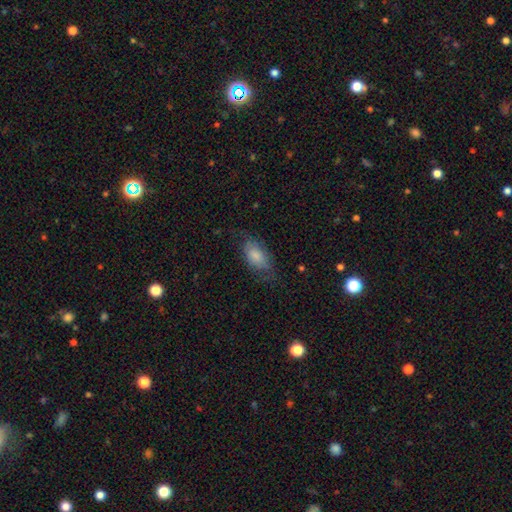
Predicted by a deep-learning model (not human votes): smooth-or-featured: smooth: 75% | featured or disk: 18% | star or artifact: 7%
  how-rounded: in between: 91% | round: 5% | cigar-shaped: 4%
  merging: none: 56% | minor disturbance: 28% | major disturbance: 15% | merger: 1%